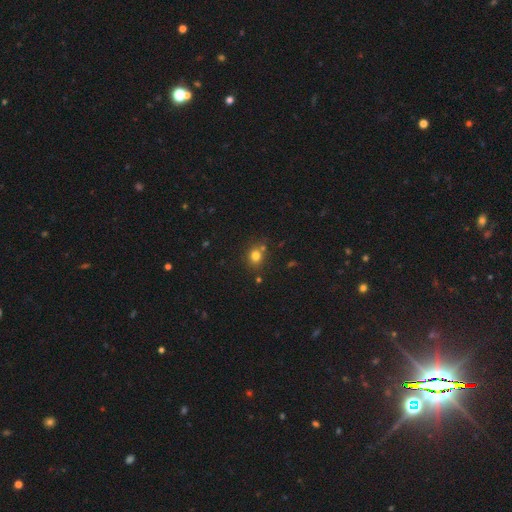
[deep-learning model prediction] Overall: smooth (77%). How rounded: round (71%). Merging: none (71%).